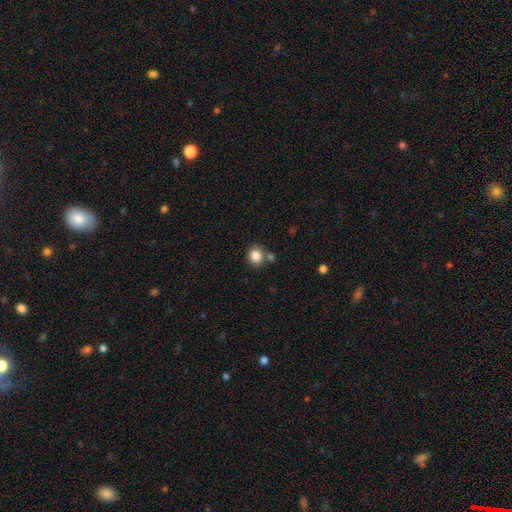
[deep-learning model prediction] Smooth or featured: smooth — 85% (star or artifact — 10%)
How rounded: round — 78% (in between — 21%)
Merging: none — 71% (merger — 14%)